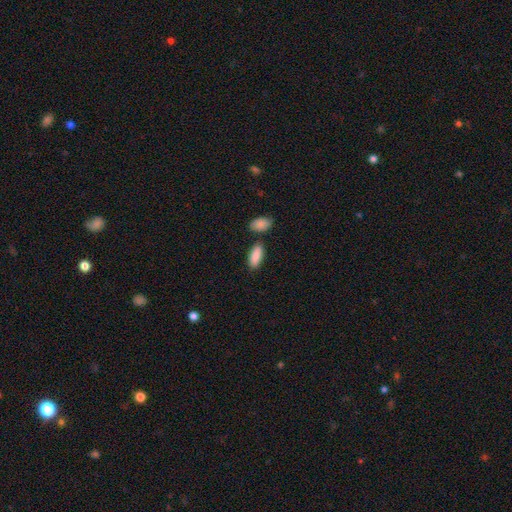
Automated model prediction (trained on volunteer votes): Smooth or featured? smooth (89%)
How rounded? in between (85%)
Merging? none (78%)